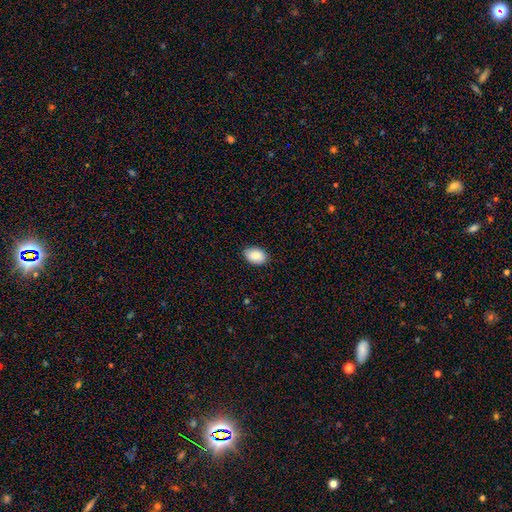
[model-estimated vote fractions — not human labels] Smooth or featured: smooth — 85% (featured or disk — 8%)
How rounded: in between — 88% (round — 11%)
Merging: none — 87% (minor disturbance — 10%)